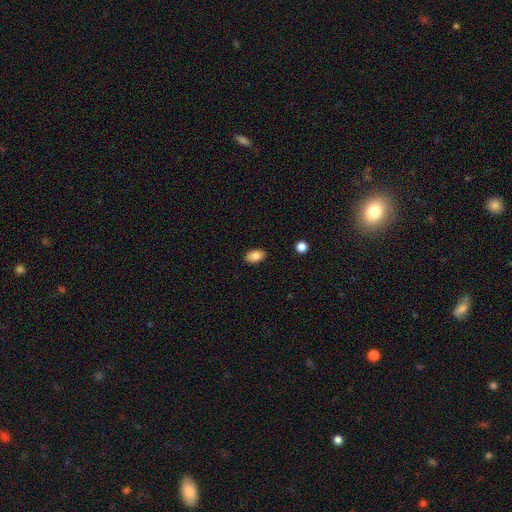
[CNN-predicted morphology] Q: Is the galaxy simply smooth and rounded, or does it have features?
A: smooth — 84%.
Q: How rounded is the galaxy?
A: in between — 91%.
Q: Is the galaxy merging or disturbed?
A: none — 88%.